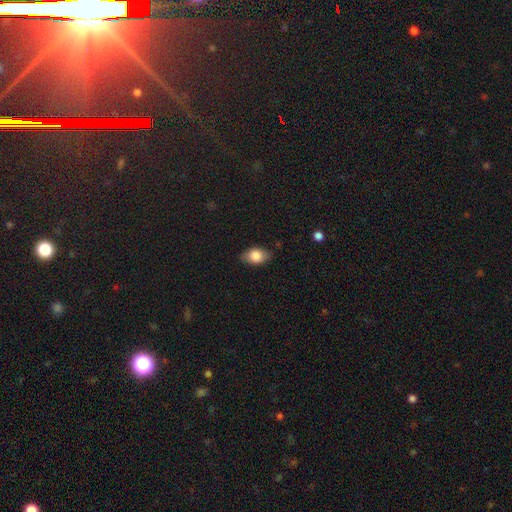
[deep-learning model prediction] A smooth galaxy with no disk features (79%) that is in between round and cigar-shaped (88%). Merging: none (83%).